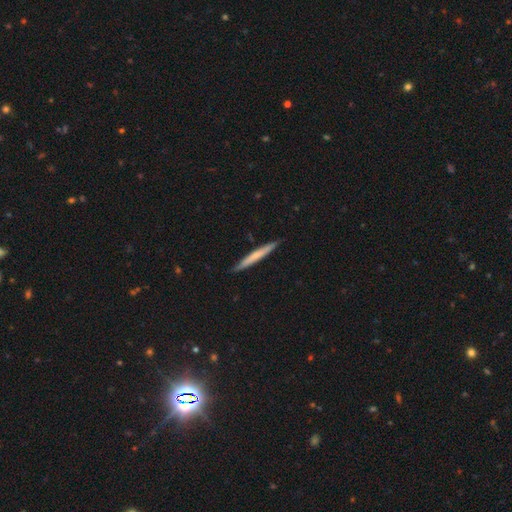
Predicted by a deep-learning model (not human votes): smooth-or-featured: smooth: 59% | featured or disk: 36% | star or artifact: 5%
  how-rounded: cigar-shaped: 96% | in between: 2% | round: 1%
  merging: none: 90% | minor disturbance: 7% | major disturbance: 1% | merger: 1%